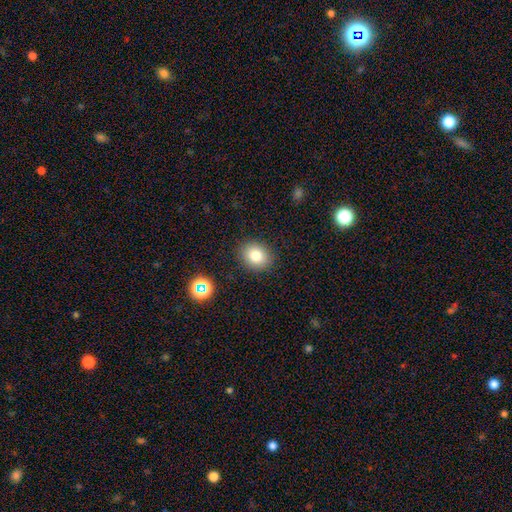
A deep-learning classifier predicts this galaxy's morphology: Smooth or featured: smooth — 80% (star or artifact — 12%)
How rounded: round — 61% (in between — 38%)
Merging: none — 88% (minor disturbance — 8%)